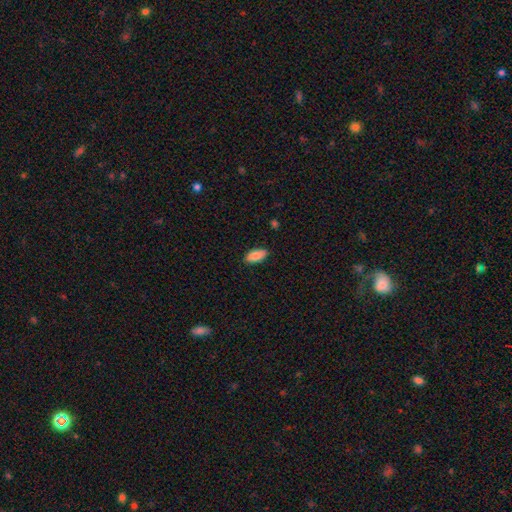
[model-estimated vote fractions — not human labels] smooth 87%, featured or disk 6%, star or artifact 6%. Down the decision tree: how rounded — in between (91%); merging — none (86%).